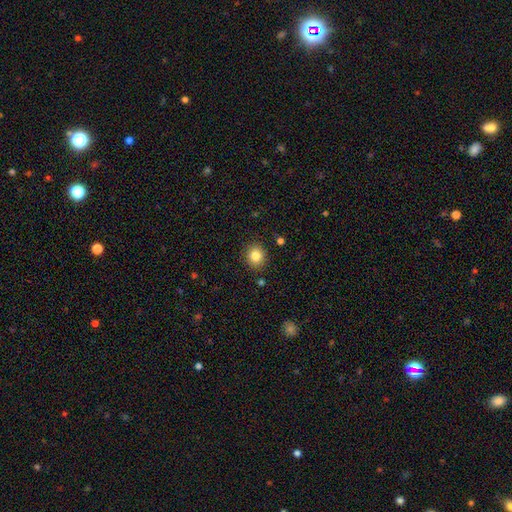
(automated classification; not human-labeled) This appears to be a smooth galaxy with no disk features (83%) that is round (81%). Merging: none (89%).